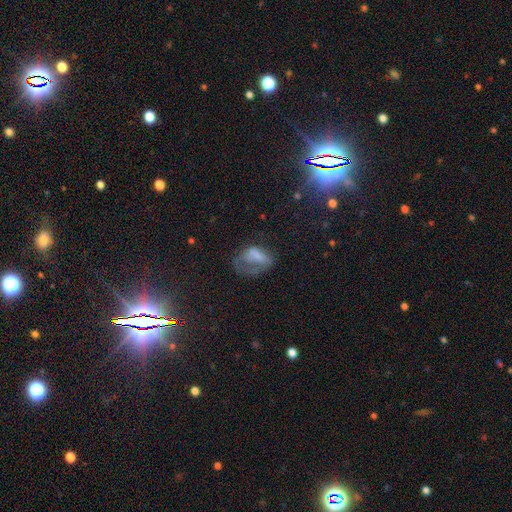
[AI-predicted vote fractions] The model was most divided on "merging": major disturbance: 49%, none: 24%, minor disturbance: 23%, merger: 4%. More confident: how rounded — in between (79%); smooth or featured — smooth (58%).